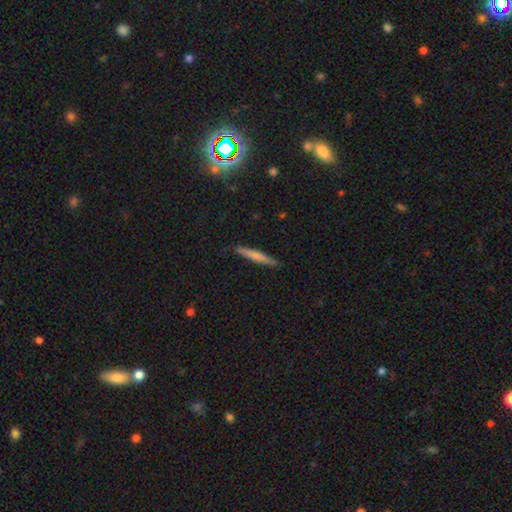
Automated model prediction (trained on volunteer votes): Smooth or featured? Predicted: smooth (p=0.63). How rounded? Predicted: cigar-shaped (p=0.95). Merging? Predicted: none (p=0.87).